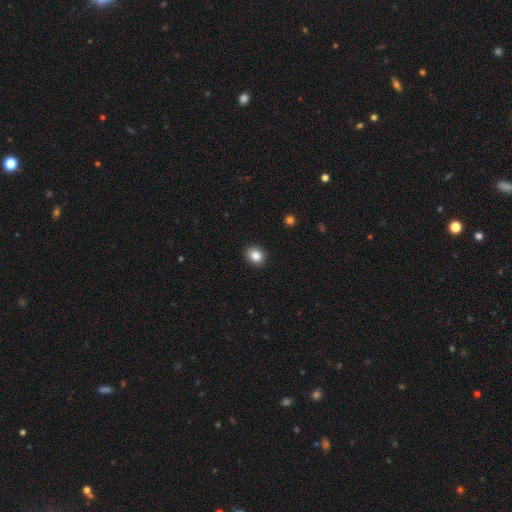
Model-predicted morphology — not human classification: Smooth or featured: smooth — 85% (star or artifact — 9%)
How rounded: round — 59% (in between — 40%)
Merging: none — 90% (minor disturbance — 7%)